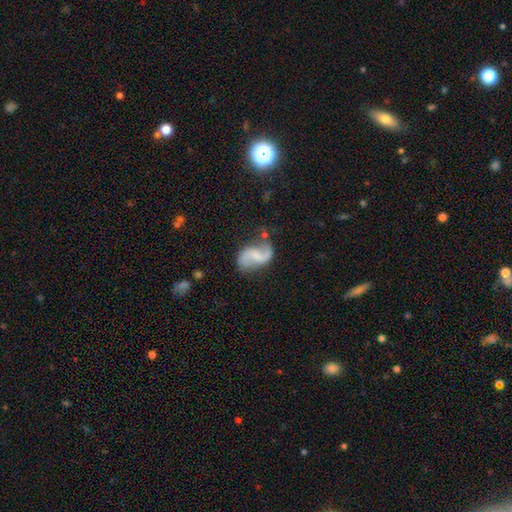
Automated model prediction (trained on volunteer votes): A featured or disk galaxy (83%) with a weak bar (45%), 2 (92%) loose (71%) spiral arms (96%) and no central bulge (39%). Merging: none (68%).